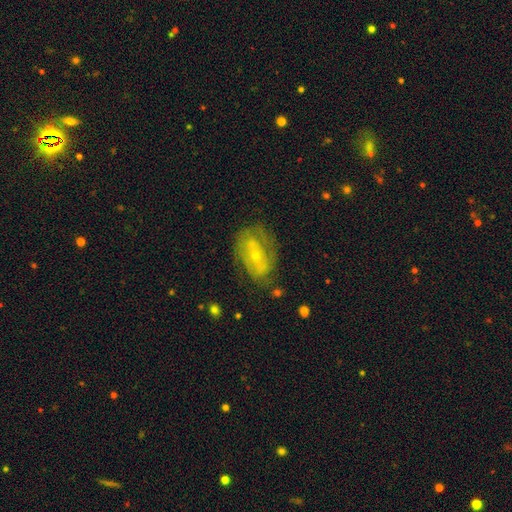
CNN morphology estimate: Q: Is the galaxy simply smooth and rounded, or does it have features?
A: featured or disk — 68%.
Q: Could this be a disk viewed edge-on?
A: no — 94%.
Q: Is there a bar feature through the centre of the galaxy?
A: no — 46%.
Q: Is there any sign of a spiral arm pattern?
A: yes — 69%.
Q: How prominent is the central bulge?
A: small — 68%.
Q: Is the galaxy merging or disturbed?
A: none — 63%.